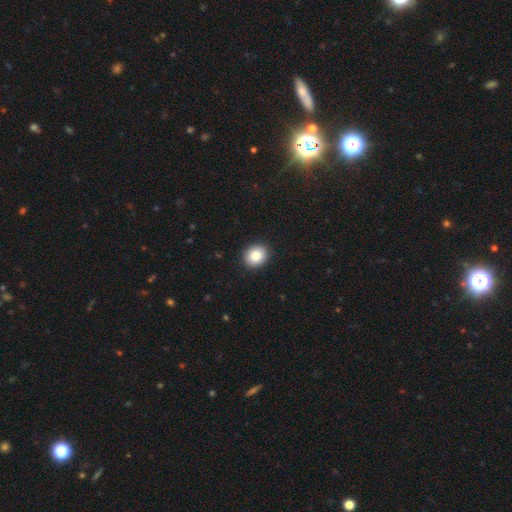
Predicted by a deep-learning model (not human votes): smooth_or_featured: smooth (p=0.83) [alt: star or artifact p=0.09]
how_rounded: round (p=0.67) [alt: in between p=0.32]
merging: none (p=0.92) [alt: minor disturbance p=0.06]